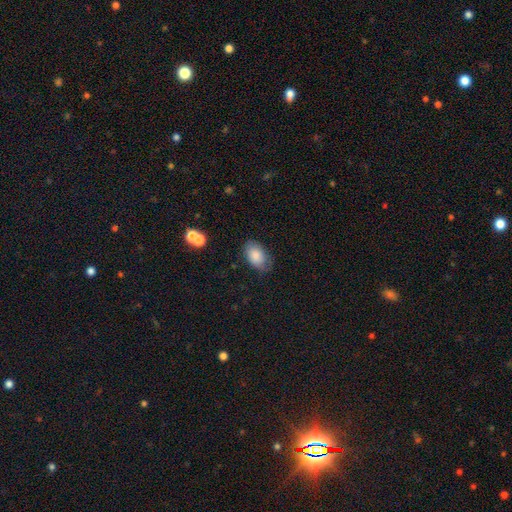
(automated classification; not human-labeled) Smooth or featured? smooth (82%)
How rounded? in between (91%)
Merging? none (72%)